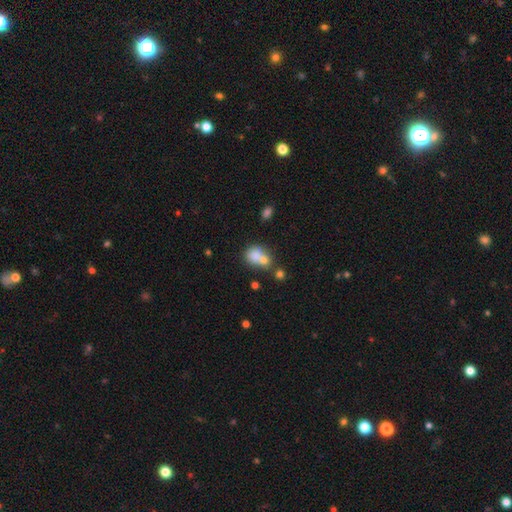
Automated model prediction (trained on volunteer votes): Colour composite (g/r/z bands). It shows a smooth galaxy with no disk features (73%) that is round (59%). Merging: merger (55%).